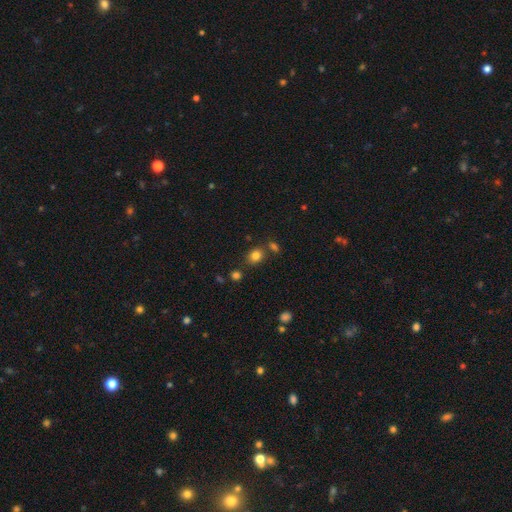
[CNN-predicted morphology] type=smooth (81%); roundness=round (63%); merging=none (75%).